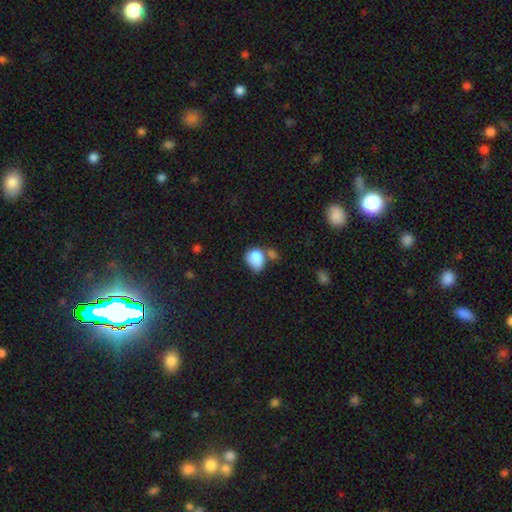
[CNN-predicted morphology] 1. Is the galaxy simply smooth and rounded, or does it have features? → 83% smooth, 9% featured or disk, 8% star or artifact.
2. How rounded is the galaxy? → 50% in between, 49% round, 1% cigar-shaped.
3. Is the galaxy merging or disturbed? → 34% merger, 30% none, 24% minor disturbance, 12% major disturbance.